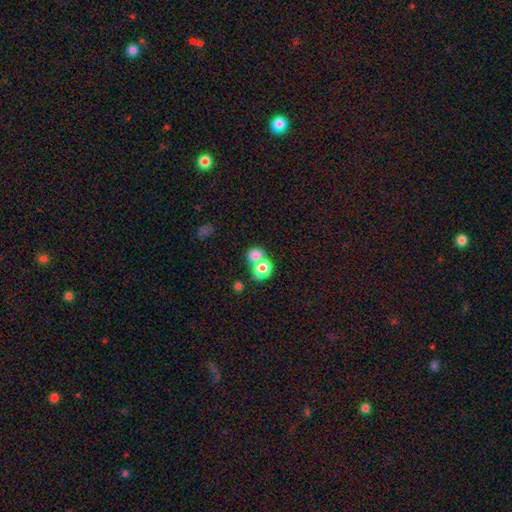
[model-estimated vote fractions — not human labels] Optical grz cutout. It shows a smooth galaxy with no disk features (75%) that is round (67%). Merging: merger (58%).